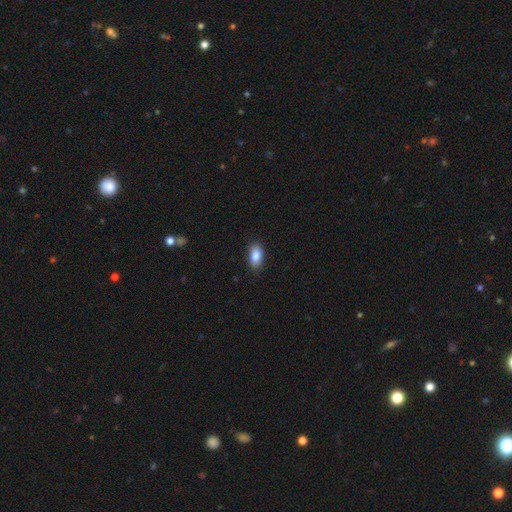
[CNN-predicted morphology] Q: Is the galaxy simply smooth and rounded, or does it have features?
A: smooth — 86%.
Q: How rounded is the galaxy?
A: in between — 90%.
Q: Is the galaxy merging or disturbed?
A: none — 86%.